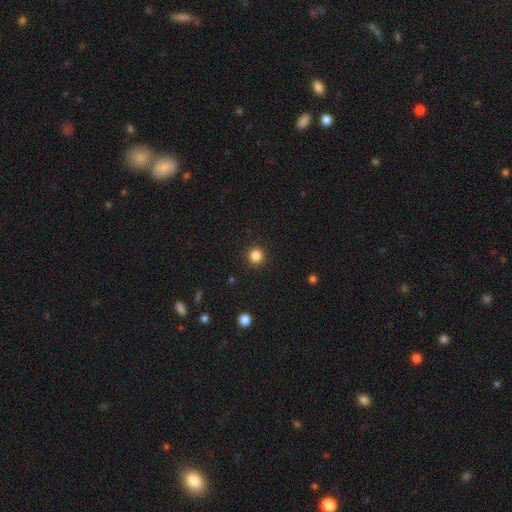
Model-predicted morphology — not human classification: This is clearly a smooth galaxy (84%). How rounded: clearly round (94%). Merging: clearly none (92%).